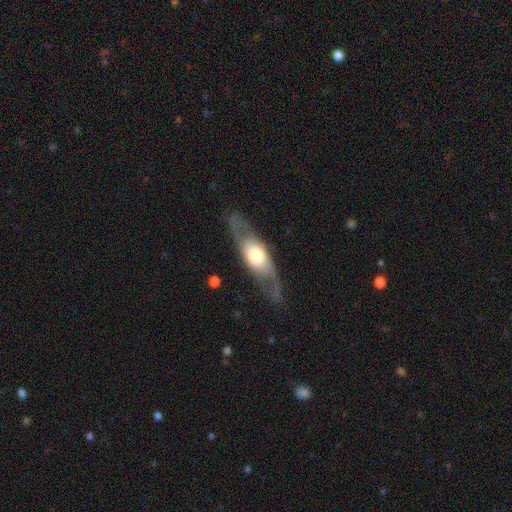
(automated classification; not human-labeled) Smooth or featured?
  - featured or disk: 66% *
  - smooth: 29%
  - star or artifact: 5%
Edge-on disk?
  - no: 61% *
  - yes: 39%
Merging?
  - none: 76% *
  - minor disturbance: 14%
  - major disturbance: 9%
  - merger: 2%